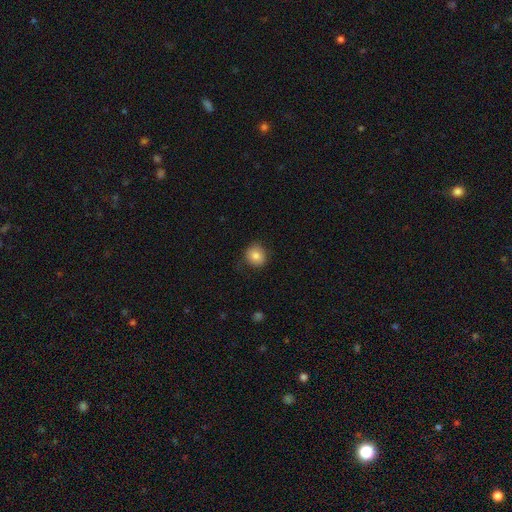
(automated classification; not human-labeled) A smooth galaxy with no disk features (84%) that is round (83%).

Vote fractions:
- Smooth or featured? smooth: 84% / star or artifact: 9% / featured or disk: 8%
- How rounded? round: 83% / in between: 16% / cigar-shaped: 1%
- Merging? none: 82% / minor disturbance: 13% / major disturbance: 3% / merger: 1%